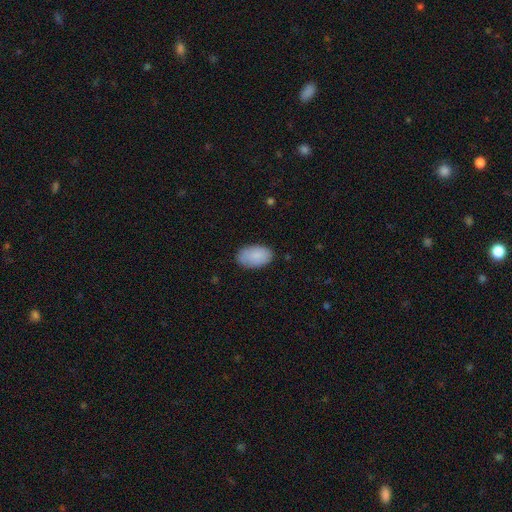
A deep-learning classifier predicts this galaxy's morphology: Overall: smooth (88%). How rounded: in between (95%). Merging: none (82%).